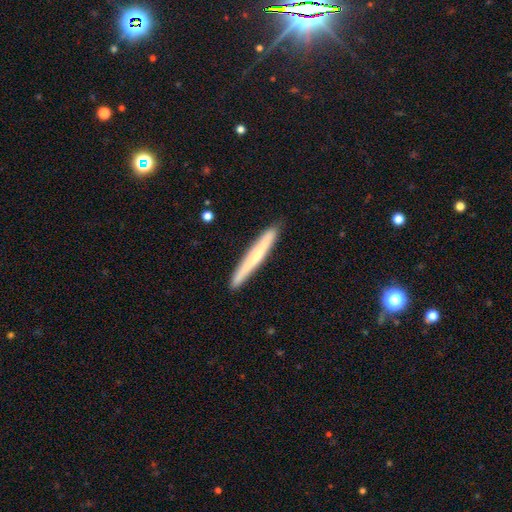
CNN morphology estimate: Smooth or featured: smooth — 52% (featured or disk — 43%)
How rounded: cigar-shaped — 96% (in between — 2%)
Merging: none — 90% (minor disturbance — 8%)